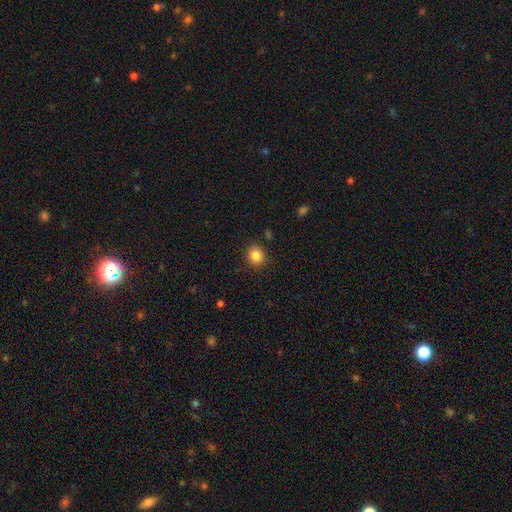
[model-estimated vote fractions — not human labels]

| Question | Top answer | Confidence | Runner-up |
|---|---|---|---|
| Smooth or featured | smooth | 85% | star or artifact (10%) |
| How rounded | round | 78% | in between (21%) |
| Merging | none | 89% | minor disturbance (8%) |